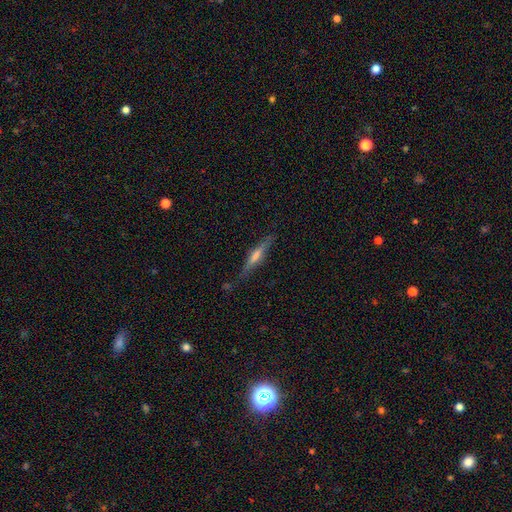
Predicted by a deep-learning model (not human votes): A featured or disk galaxy (63%) viewed edge-on (96%) with a rounded central bulge (61%). Merging: none (85%).